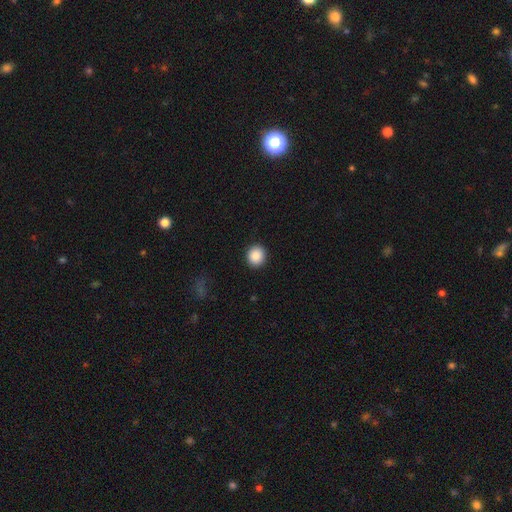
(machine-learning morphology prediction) This appears to be a smooth galaxy with no disk features (89%) that is round (87%). Merging: none (92%).